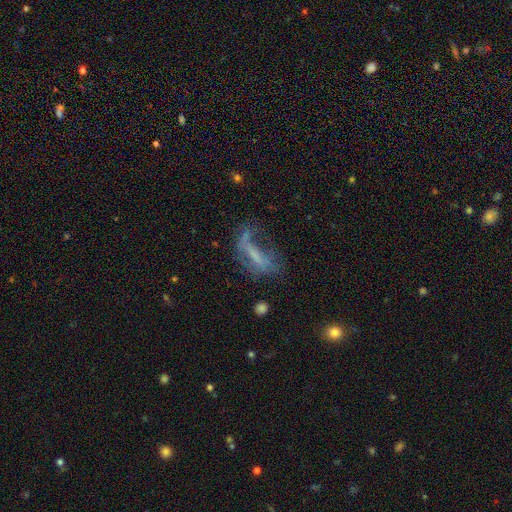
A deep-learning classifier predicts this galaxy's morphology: featured or disk 46%, smooth 38%, star or artifact 16%. Down the decision tree: merging — major disturbance (45%).